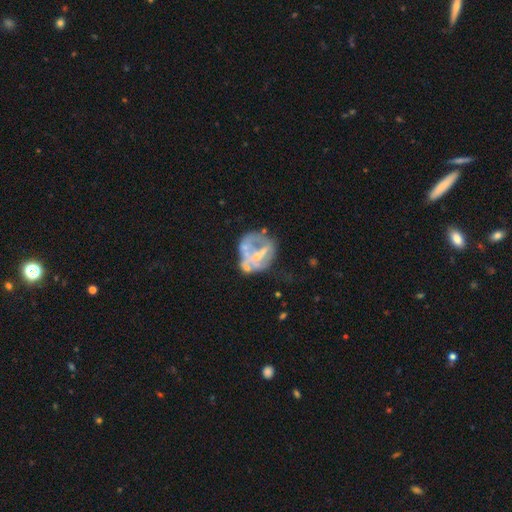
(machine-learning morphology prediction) This appears to be a featured or disk galaxy (65%) with no bar (69%), no spiral arms (82%) and no central bulge (37%). Merging: none (36%).